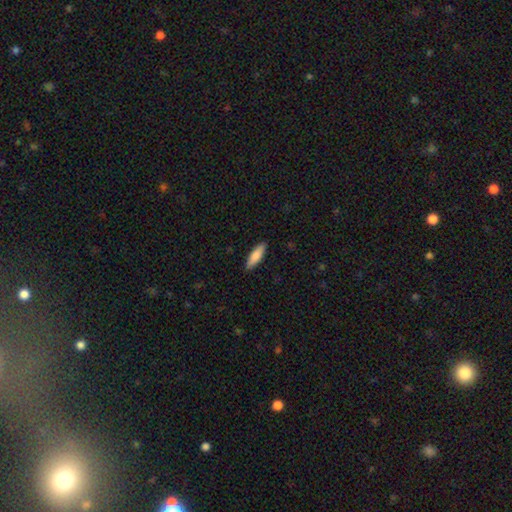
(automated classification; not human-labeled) smooth 81%, featured or disk 13%, star or artifact 6%. Down the decision tree: how rounded — cigar-shaped (54%); merging — none (89%).